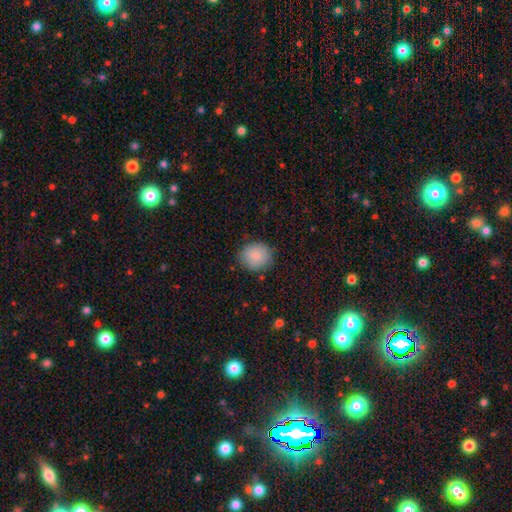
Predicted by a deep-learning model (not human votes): This appears to be a smooth galaxy with no disk features (85%) that is round (81%). Merging: none (82%).